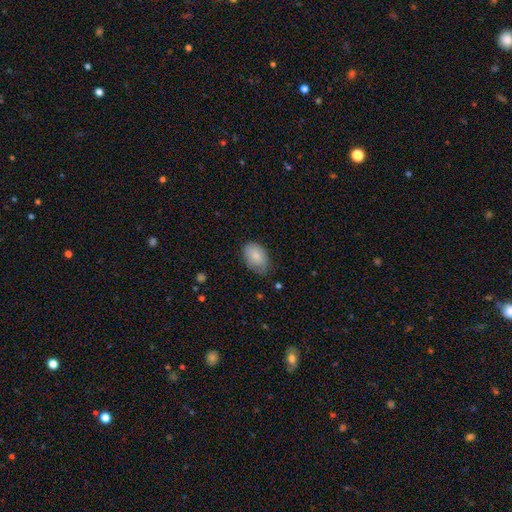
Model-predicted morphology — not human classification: Q: Smooth or featured?
A: smooth (84%); runner-up: featured or disk (10%)
Q: How rounded?
A: in between (90%); runner-up: round (9%)
Q: Merging?
A: none (66%); runner-up: minor disturbance (28%)